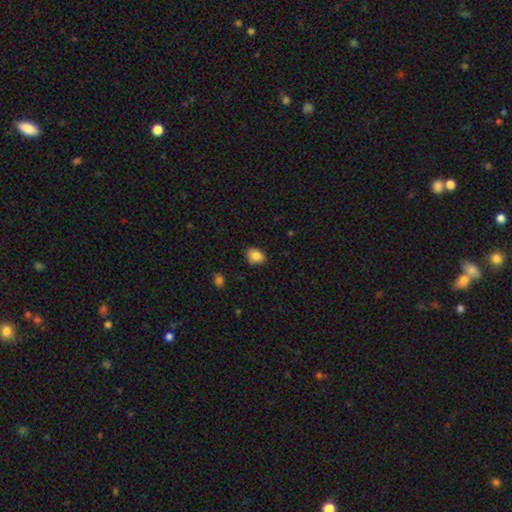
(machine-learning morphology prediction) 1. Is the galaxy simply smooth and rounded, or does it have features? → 85% smooth, 9% star or artifact, 7% featured or disk.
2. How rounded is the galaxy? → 71% in between, 28% round, 1% cigar-shaped.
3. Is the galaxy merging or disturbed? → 80% none, 16% minor disturbance, 3% major disturbance, 2% merger.